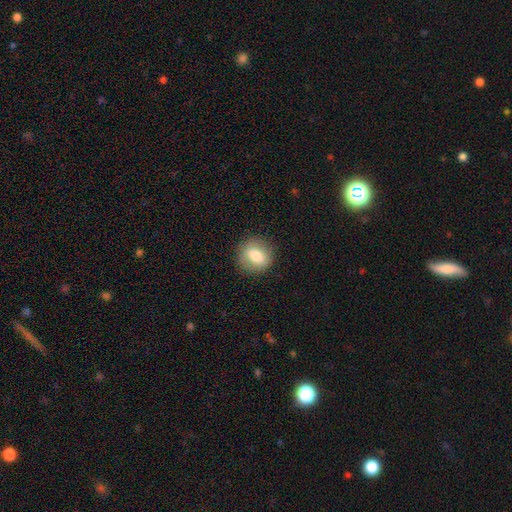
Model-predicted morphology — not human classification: Smooth or featured? smooth (70%)
How rounded? round (80%)
Merging? none (85%)